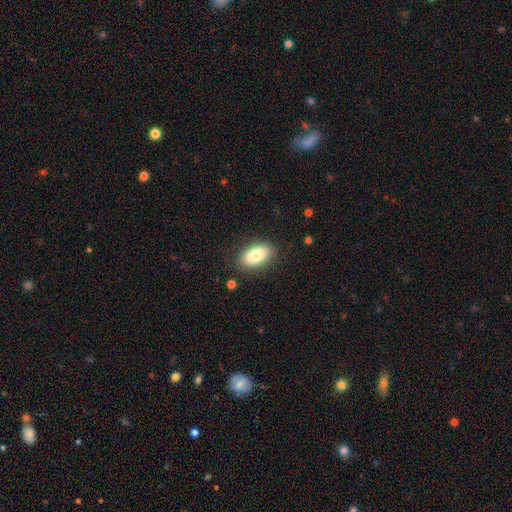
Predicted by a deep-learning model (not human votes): smooth-or-featured: smooth: 82% | featured or disk: 11% | star or artifact: 7%
  how-rounded: in between: 92% | round: 5% | cigar-shaped: 3%
  merging: none: 85% | minor disturbance: 11% | major disturbance: 3% | merger: 1%